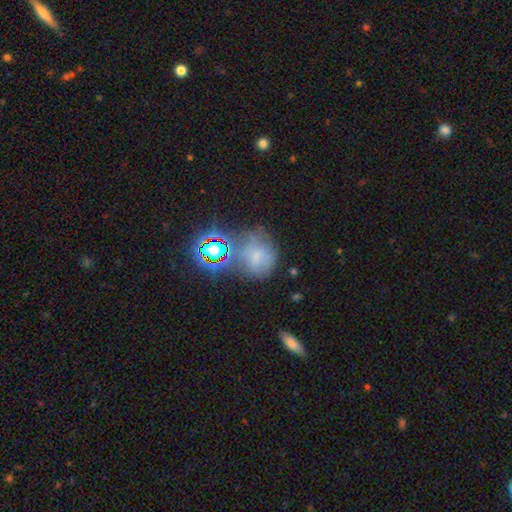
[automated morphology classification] smooth-or-featured: smooth: 46% | star or artifact: 34% | featured or disk: 20%
  merging: none: 48% | minor disturbance: 22% | major disturbance: 16% | merger: 14%